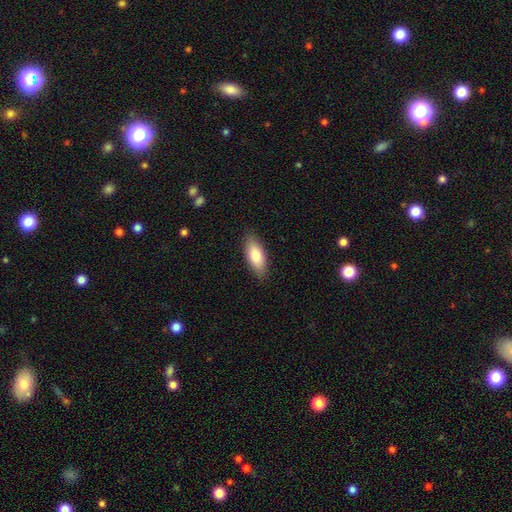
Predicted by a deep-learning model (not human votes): Morphology: type=smooth (80%); roundness=in between (78%); merging=none (87%).